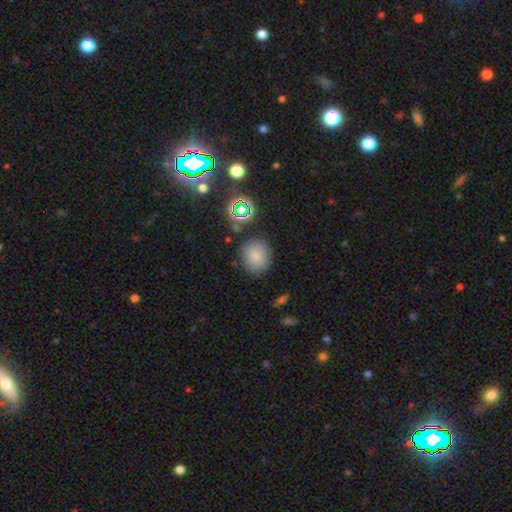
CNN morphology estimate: Smooth or featured? smooth (78%)
How rounded? round (77%)
Merging? none (81%)